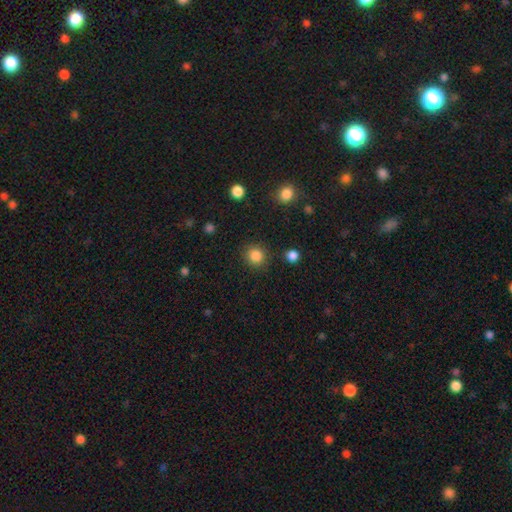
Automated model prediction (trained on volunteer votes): smooth-or-featured: smooth: 86% | star or artifact: 11% | featured or disk: 4%
  how-rounded: round: 90% | in between: 9% | cigar-shaped: 1%
  merging: none: 88% | minor disturbance: 7% | major disturbance: 3% | merger: 2%